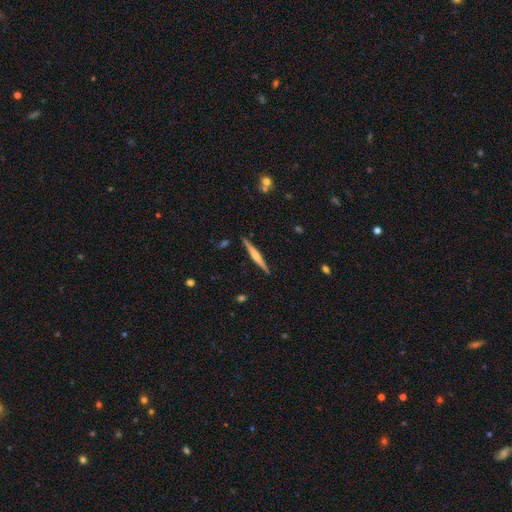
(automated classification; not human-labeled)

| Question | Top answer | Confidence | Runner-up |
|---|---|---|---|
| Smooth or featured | featured or disk | 64% | smooth (30%) |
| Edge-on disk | yes | 98% | no (2%) |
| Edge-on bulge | rounded | 65% | none (22%) |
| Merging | none | 90% | minor disturbance (7%) |